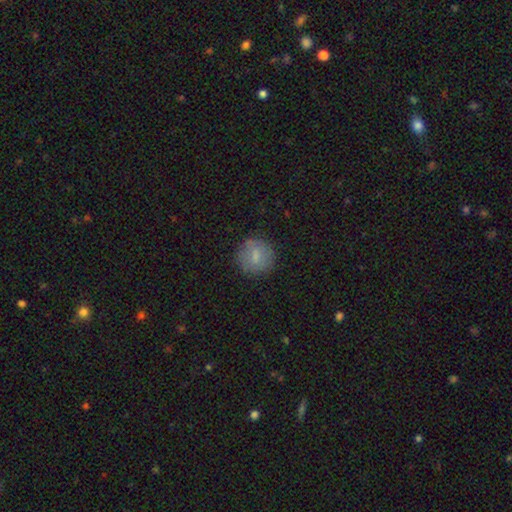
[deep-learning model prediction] This is likely a smooth galaxy (75%). How rounded: clearly round (90%). Merging: clearly none (82%).